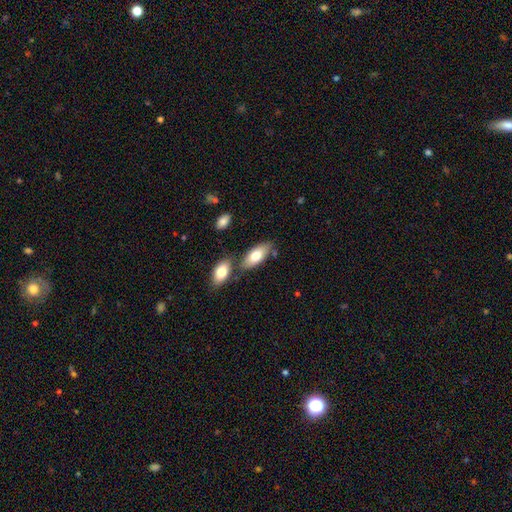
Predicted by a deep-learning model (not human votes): Morphology: type=smooth (78%); roundness=in between (87%); merging=none (64%).